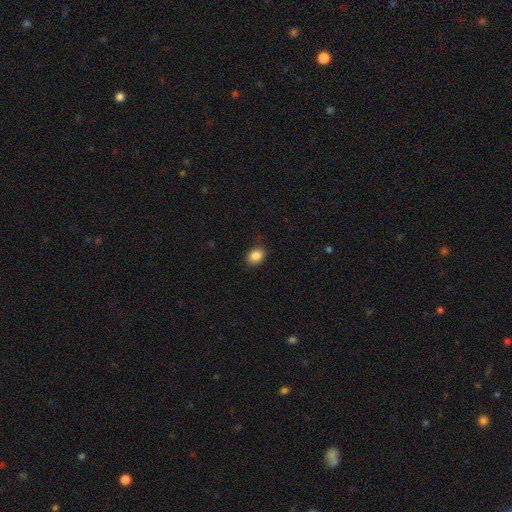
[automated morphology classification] Smooth or featured: smooth — 87% (star or artifact — 9%)
How rounded: in between — 60% (round — 39%)
Merging: none — 82% (minor disturbance — 14%)